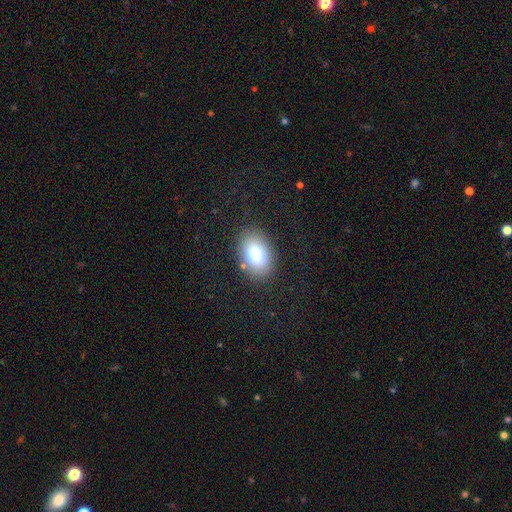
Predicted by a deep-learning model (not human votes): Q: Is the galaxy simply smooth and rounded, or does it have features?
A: smooth — 68%.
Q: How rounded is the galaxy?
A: in between — 68%.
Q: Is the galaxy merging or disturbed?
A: none — 88%.